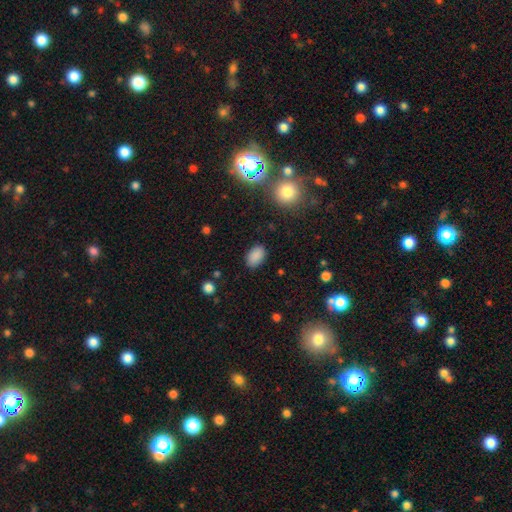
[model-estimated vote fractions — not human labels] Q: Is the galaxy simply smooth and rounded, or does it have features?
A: smooth — 87%.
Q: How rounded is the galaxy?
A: in between — 90%.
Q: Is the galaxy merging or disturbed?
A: none — 86%.